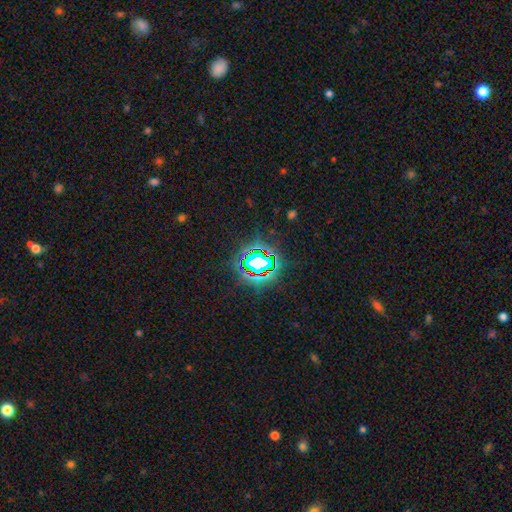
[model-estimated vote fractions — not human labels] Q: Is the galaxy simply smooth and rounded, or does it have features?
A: star or artifact — 80%.